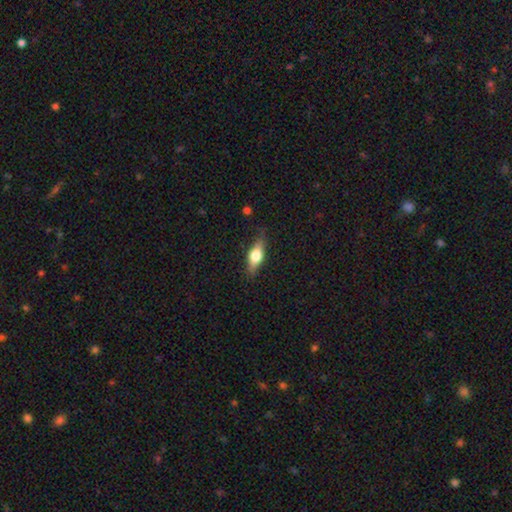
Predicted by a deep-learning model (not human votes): smooth_or_featured: smooth (p=0.56) [alt: featured or disk p=0.37]
how_rounded: in between (p=0.66) [alt: cigar-shaped p=0.29]
merging: none (p=0.78) [alt: minor disturbance p=0.17]